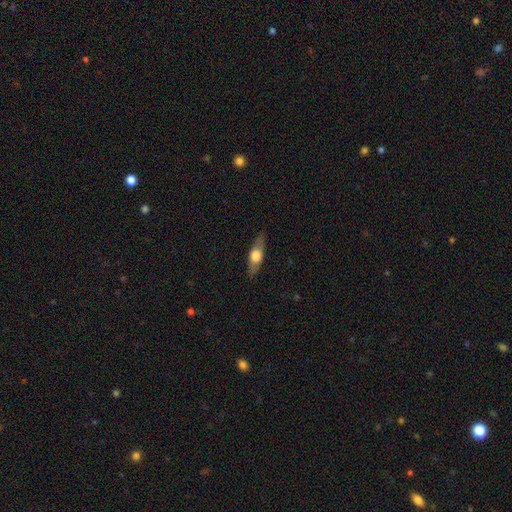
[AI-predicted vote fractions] Morphology: type=smooth (49%); merging=none (86%).